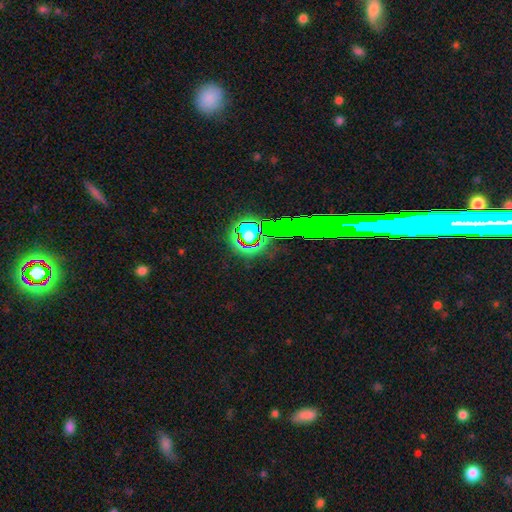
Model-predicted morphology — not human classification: Overall: star or artifact (71%).